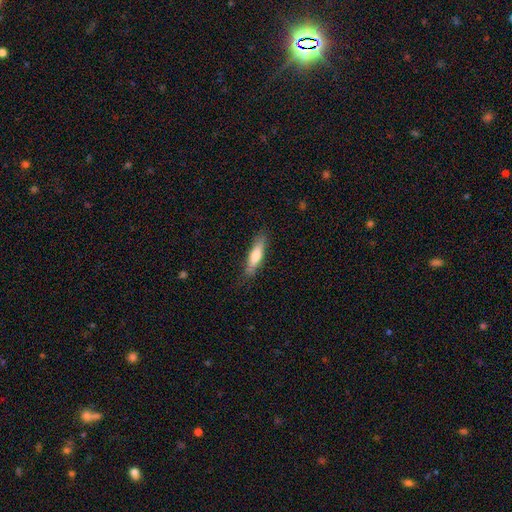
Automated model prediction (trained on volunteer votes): smooth 69%, featured or disk 26%, star or artifact 6%. Down the decision tree: how rounded — cigar-shaped (71%); merging — none (80%).